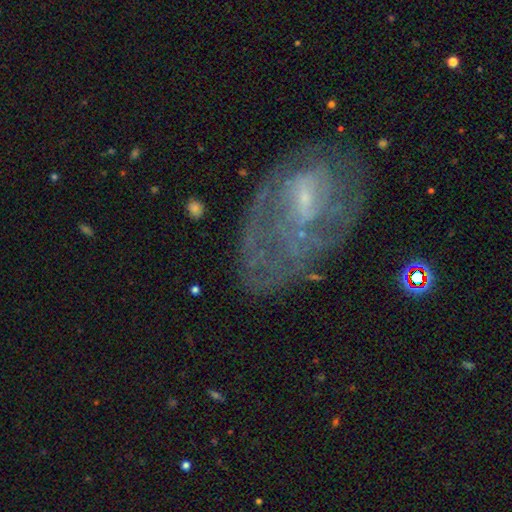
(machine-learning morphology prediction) A featured or disk galaxy (70%) with no bar (46%), spiral arms (62%) and a small central bulge (68%).

Vote fractions:
- Smooth or featured? featured or disk: 70% / smooth: 18% / star or artifact: 12%
- Edge-on disk? no: 96% / yes: 4%
- Bar? no: 46% / weak: 42% / strong: 11%
- Spiral arms? yes: 62% / no: 38%
- Bulge size? small: 68% / moderate: 15% / none: 15% / large: 2% / dominant: 1%
- Merging? none: 48% / major disturbance: 26% / minor disturbance: 21% / merger: 4%